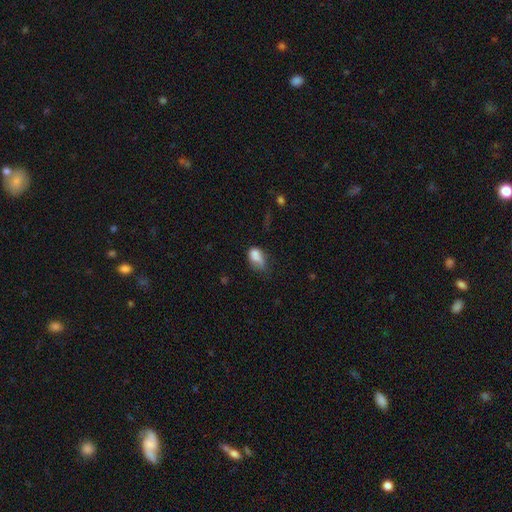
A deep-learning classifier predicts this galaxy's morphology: Smooth or featured: smooth — 73% (featured or disk — 16%)
How rounded: in between — 82% (round — 15%)
Merging: minor disturbance — 32% (none — 30%)